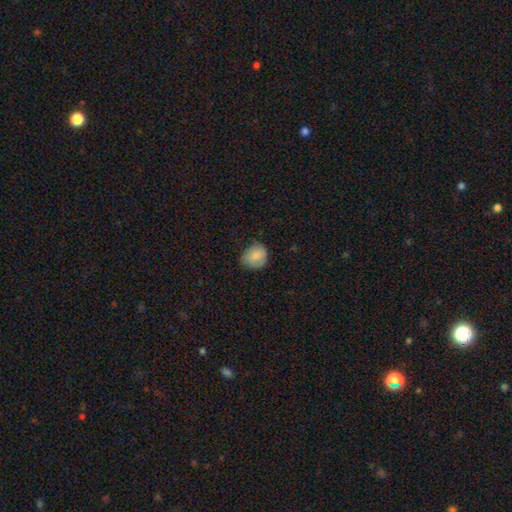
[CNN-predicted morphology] Smooth or featured? Predicted: smooth (p=0.84). How rounded? Predicted: round (p=0.68). Merging? Predicted: none (p=0.67).